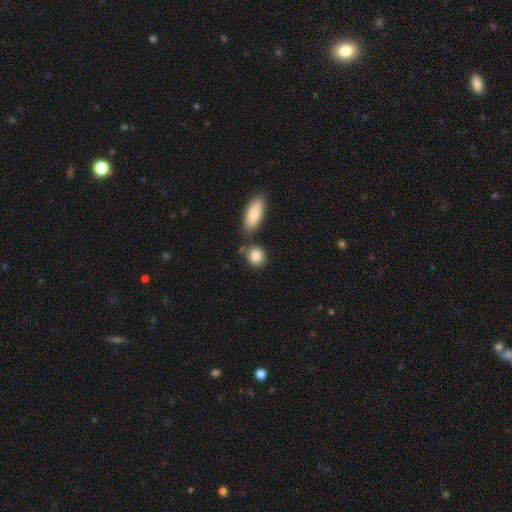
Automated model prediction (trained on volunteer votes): smooth_or_featured: smooth (p=0.87) [alt: star or artifact p=0.07]
how_rounded: round (p=0.59) [alt: in between p=0.38]
merging: none (p=0.68) [alt: merger p=0.15]